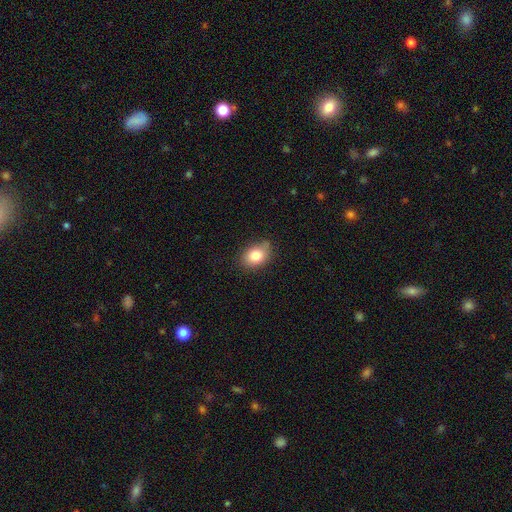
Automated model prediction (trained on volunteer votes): A smooth galaxy with no disk features (80%) that is in between round and cigar-shaped (76%). Merging: none (73%).